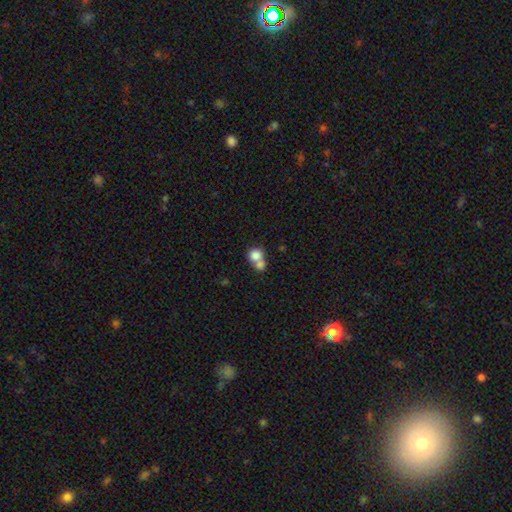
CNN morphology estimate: type=smooth (78%); roundness=round (80%); merging=merger (60%).